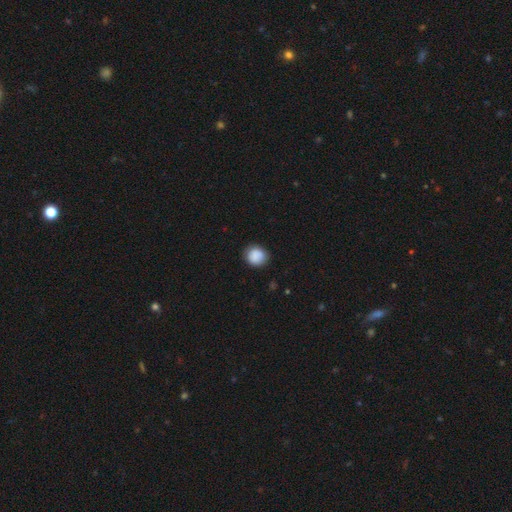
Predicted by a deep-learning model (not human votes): This appears to be a smooth galaxy with no disk features (87%) that is round (83%). Merging: none (84%).